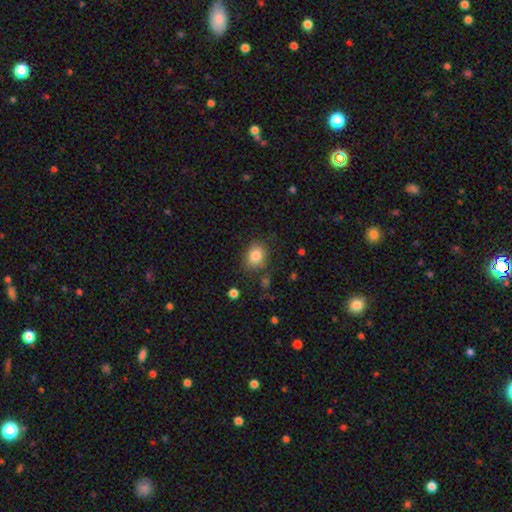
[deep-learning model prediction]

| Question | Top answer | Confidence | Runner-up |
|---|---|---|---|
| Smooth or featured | smooth | 84% | star or artifact (10%) |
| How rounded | round | 50% | in between (49%) |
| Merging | none | 78% | minor disturbance (15%) |